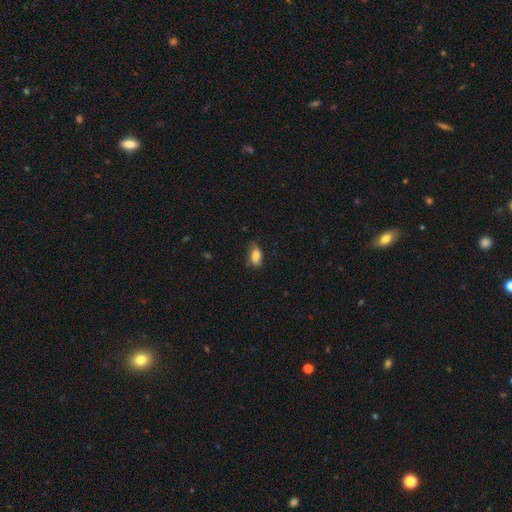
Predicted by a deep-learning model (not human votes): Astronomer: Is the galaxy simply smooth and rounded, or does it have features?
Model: smooth — 85%.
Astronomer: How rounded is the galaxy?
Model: in between — 89%.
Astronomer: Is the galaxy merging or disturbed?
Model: none — 68%.